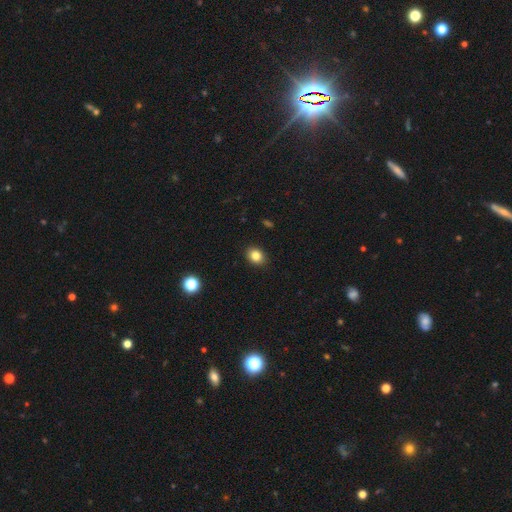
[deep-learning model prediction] smooth-or-featured: smooth: 83% | star or artifact: 11% | featured or disk: 6%
  how-rounded: in between: 53% | round: 46% | cigar-shaped: 1%
  merging: none: 90% | minor disturbance: 7% | major disturbance: 2% | merger: 1%